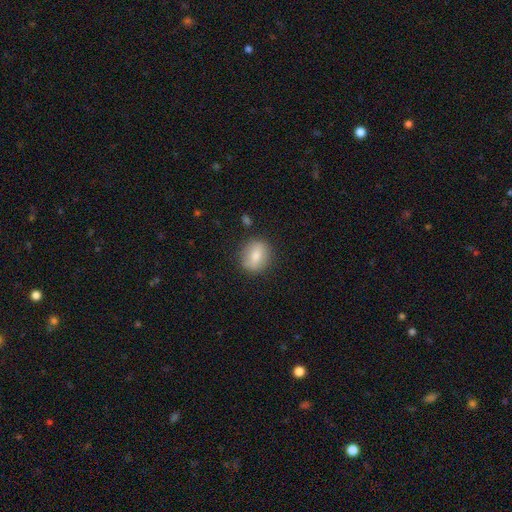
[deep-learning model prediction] A smooth galaxy with no disk features (72%) that is round (61%).

Vote fractions:
- Smooth or featured? smooth: 72% / featured or disk: 20% / star or artifact: 8%
- How rounded? round: 61% / in between: 37% / cigar-shaped: 2%
- Merging? none: 83% / minor disturbance: 12% / major disturbance: 3% / merger: 2%